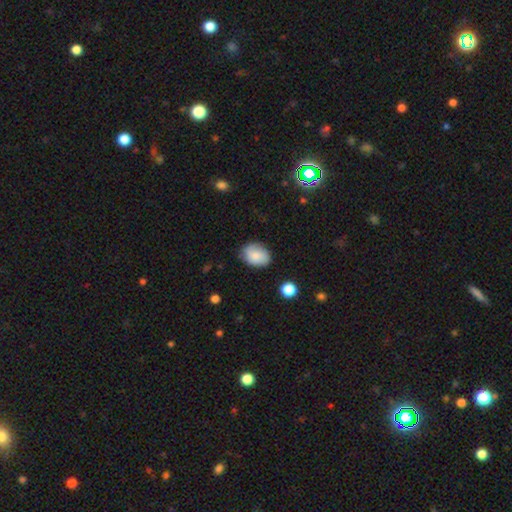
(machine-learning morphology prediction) Q: Smooth or featured?
A: smooth (77%); runner-up: featured or disk (15%)
Q: How rounded?
A: in between (67%); runner-up: round (32%)
Q: Merging?
A: none (73%); runner-up: minor disturbance (21%)